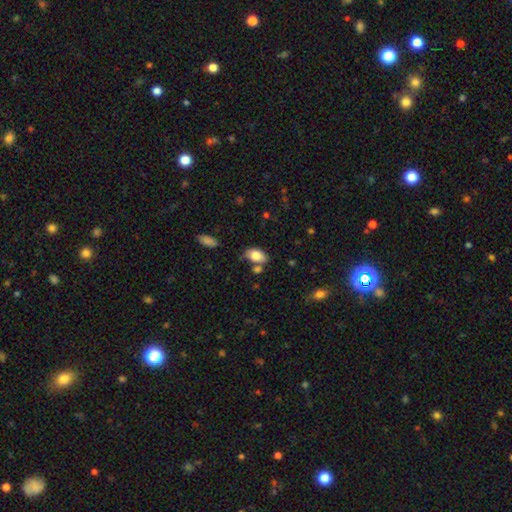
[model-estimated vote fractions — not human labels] This appears to be a smooth galaxy with no disk features (79%) that is in between round and cigar-shaped (91%). Merging: none (60%).